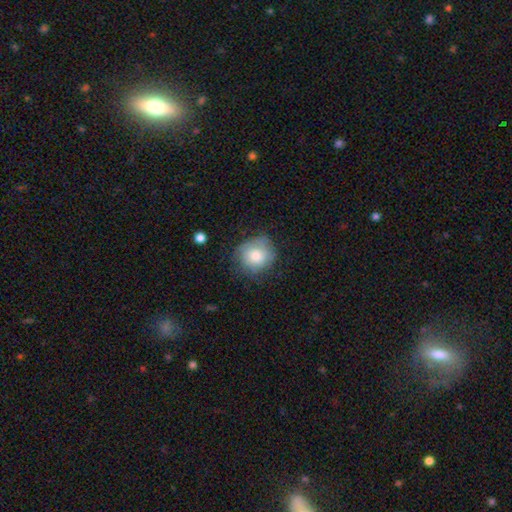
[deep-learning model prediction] Smooth or featured?
  - smooth: 72% *
  - featured or disk: 20%
  - star or artifact: 8%
How rounded?
  - round: 84% *
  - in between: 15%
  - cigar-shaped: 1%
Merging?
  - none: 66% *
  - minor disturbance: 24%
  - major disturbance: 8%
  - merger: 1%